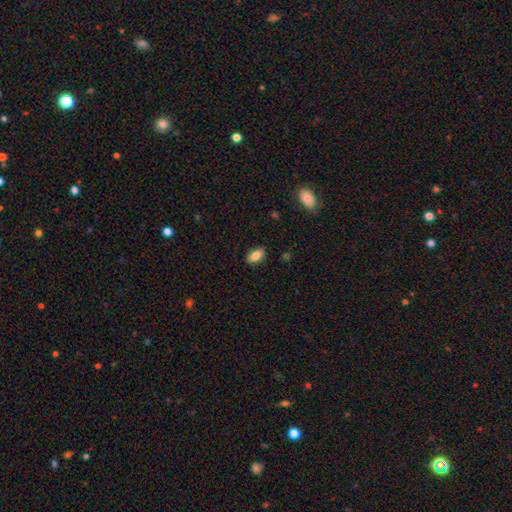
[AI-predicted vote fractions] Q: Smooth or featured?
A: smooth (83%); runner-up: featured or disk (9%)
Q: How rounded?
A: in between (90%); runner-up: round (5%)
Q: Merging?
A: none (87%); runner-up: minor disturbance (10%)